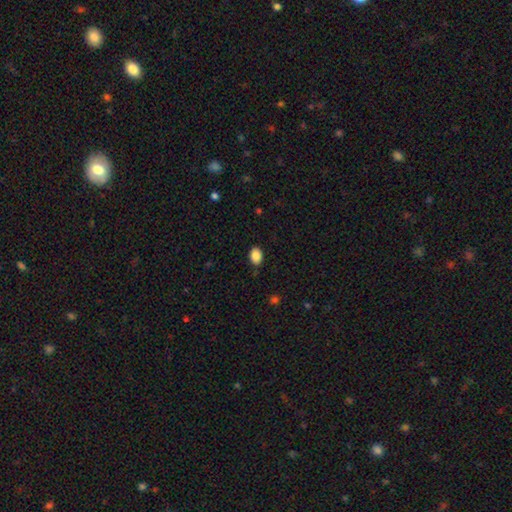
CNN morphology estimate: A smooth galaxy with no disk features (87%) that is in between round and cigar-shaped (77%).

Vote fractions:
- Smooth or featured? smooth: 87% / star or artifact: 9% / featured or disk: 4%
- How rounded? in between: 77% / round: 22% / cigar-shaped: 1%
- Merging? none: 84% / minor disturbance: 12% / major disturbance: 2% / merger: 1%